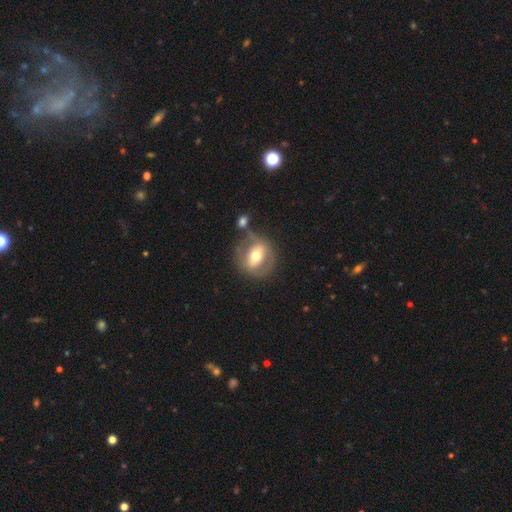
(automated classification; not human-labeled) Morphology: type=featured or disk (52%); edge-on=no (87%); merging=none (63%).